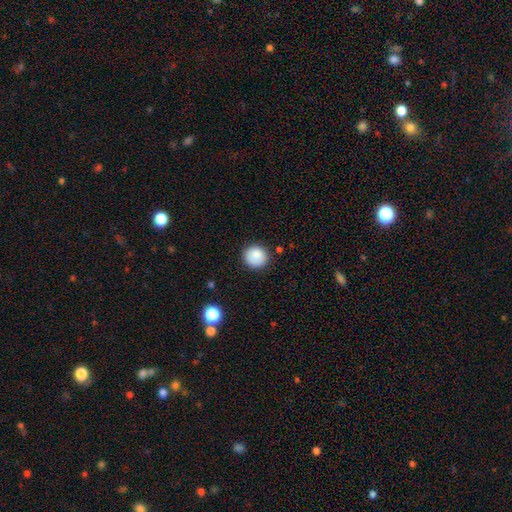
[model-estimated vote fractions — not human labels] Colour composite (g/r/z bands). It shows a smooth galaxy with no disk features (86%) that is round (93%). Merging: none (86%).